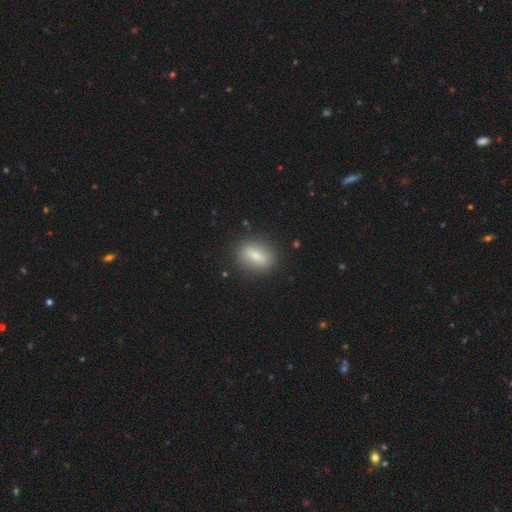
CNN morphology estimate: type=smooth (71%); roundness=in between (70%); merging=none (85%).